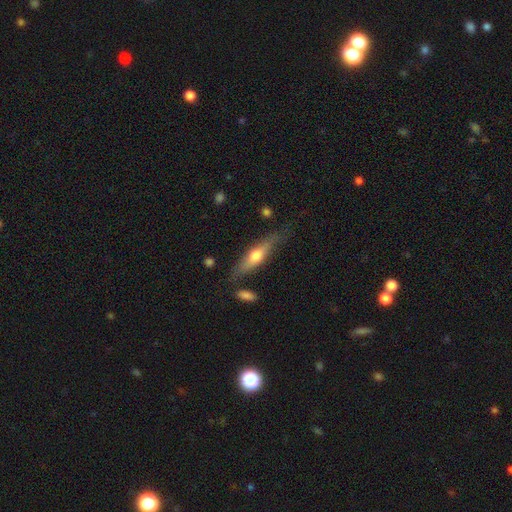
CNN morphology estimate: Smooth or featured: featured or disk — 50% (smooth — 44%)
Edge-on disk: yes — 89% (no — 11%)
Merging: none — 73% (minor disturbance — 19%)